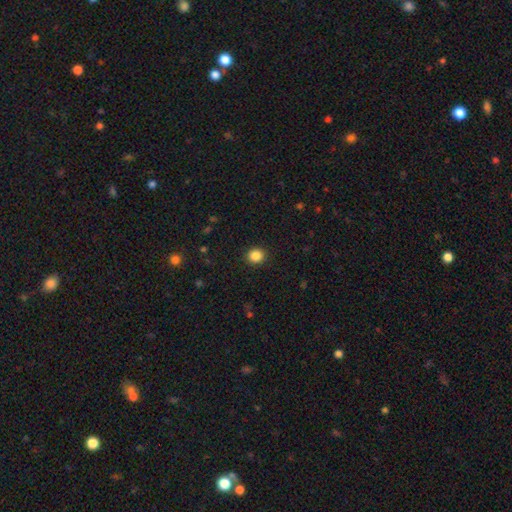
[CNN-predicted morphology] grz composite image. It shows a smooth galaxy with no disk features (86%) that is round (84%). Merging: none (91%).